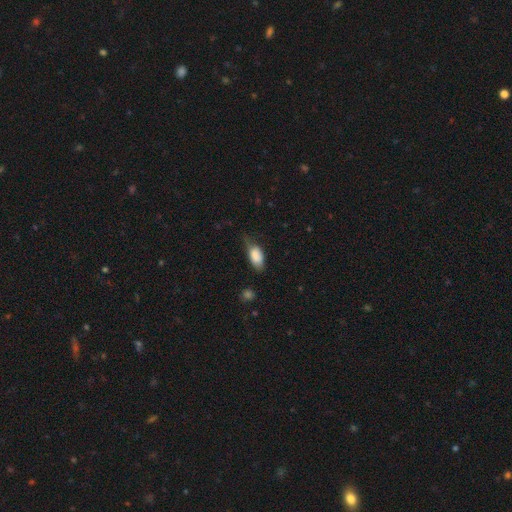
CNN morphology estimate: smooth 83%, featured or disk 10%, star or artifact 7%. Down the decision tree: how rounded — in between (90%); merging — none (41%, tied with minor disturbance).